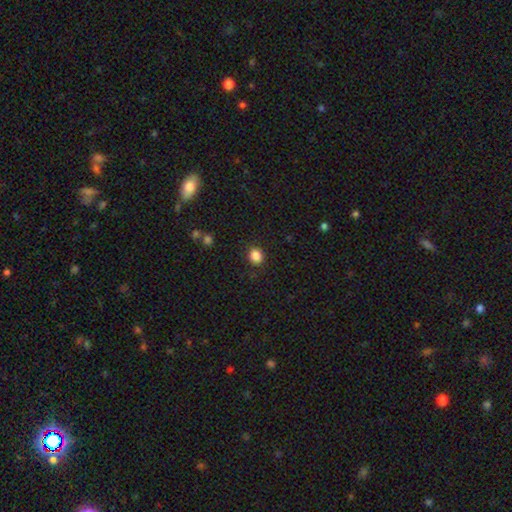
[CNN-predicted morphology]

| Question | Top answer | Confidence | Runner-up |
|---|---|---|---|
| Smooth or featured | smooth | 86% | star or artifact (11%) |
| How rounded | round | 73% | in between (26%) |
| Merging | none | 89% | minor disturbance (7%) |